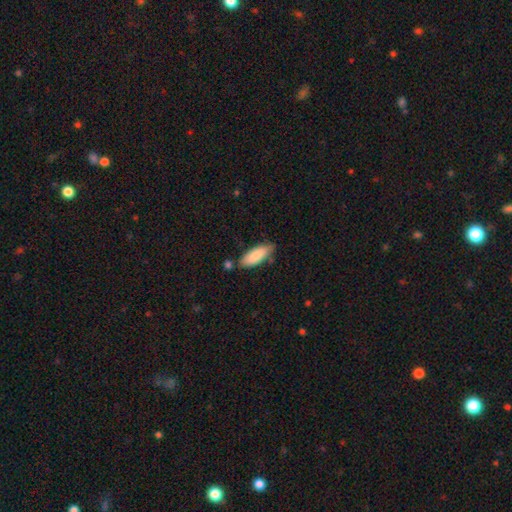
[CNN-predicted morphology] type=smooth (85%); roundness=in between (69%); merging=none (73%).